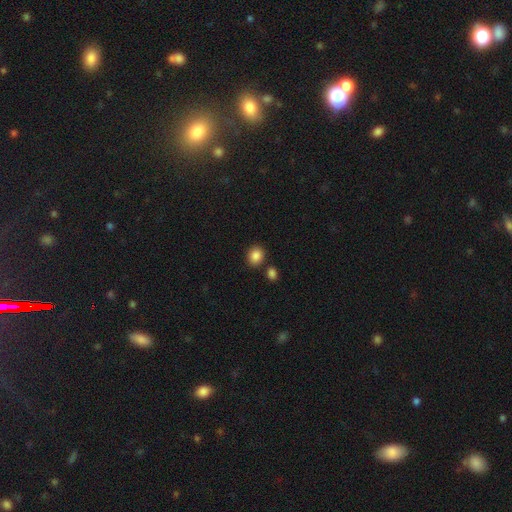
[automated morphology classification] This is clearly a smooth galaxy (87%). How rounded: likely round (67%). Merging: likely none (80%).